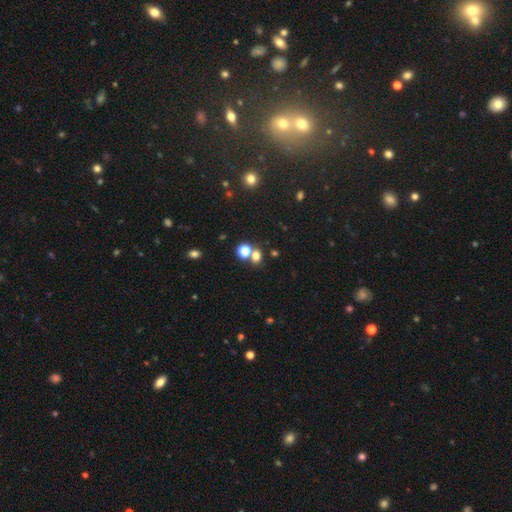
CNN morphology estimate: Smooth or featured?
  - smooth: 68% *
  - star or artifact: 24%
  - featured or disk: 8%
How rounded?
  - round: 59% *
  - in between: 40%
  - cigar-shaped: 1%
Merging?
  - none: 60% *
  - merger: 27%
  - minor disturbance: 9%
  - major disturbance: 4%